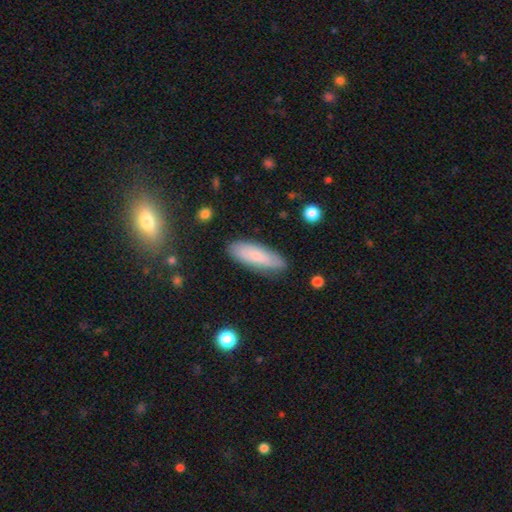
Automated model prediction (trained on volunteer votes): smooth_or_featured: smooth (p=0.73) [alt: featured or disk p=0.21]
how_rounded: in between (p=0.56) [alt: cigar-shaped p=0.42]
merging: none (p=0.84) [alt: minor disturbance p=0.12]